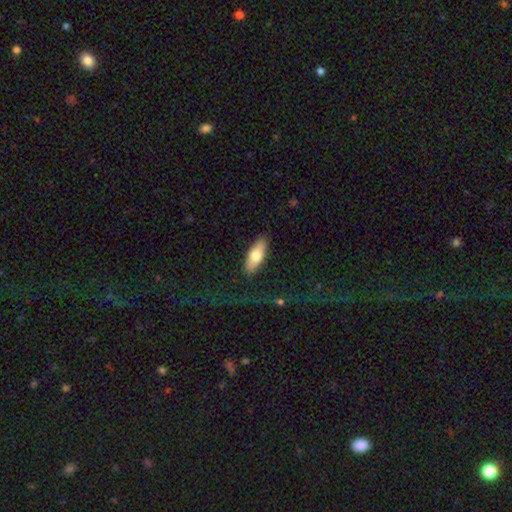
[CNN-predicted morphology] The model was most divided on "how rounded": in between: 72%, cigar-shaped: 26%, round: 2%. More confident: merging — none (86%); smooth or featured — smooth (71%).